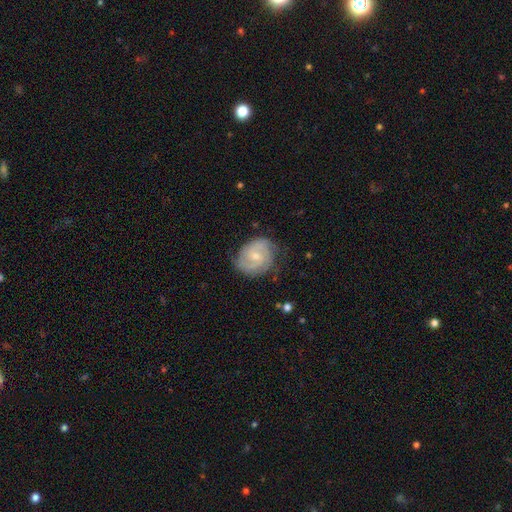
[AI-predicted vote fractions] A featured or disk galaxy (81%) with a weak bar (48%), 2 (65%) tight (51%) spiral arms (96%) and a small central bulge (59%). Merging: none (75%).